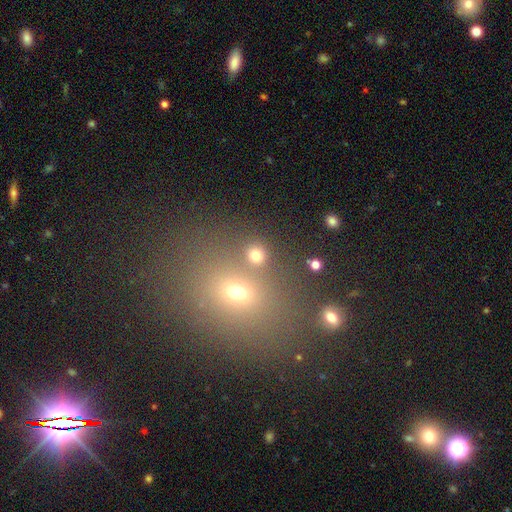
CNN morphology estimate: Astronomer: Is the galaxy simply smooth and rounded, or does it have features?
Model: smooth — 75%.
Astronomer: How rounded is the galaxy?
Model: round — 81%.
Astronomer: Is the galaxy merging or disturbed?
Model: none — 72%.